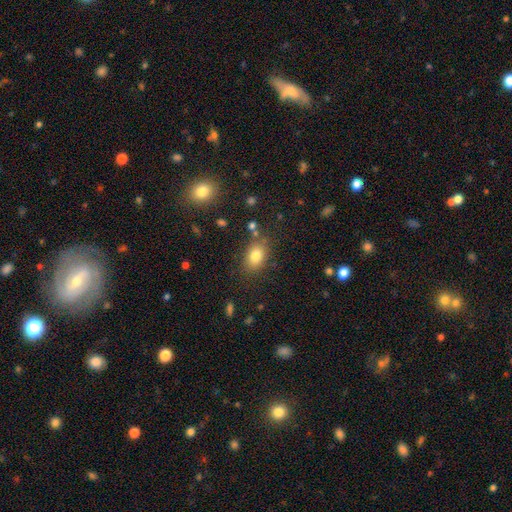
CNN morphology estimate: type=smooth (79%); roundness=in between (79%); merging=none (78%).